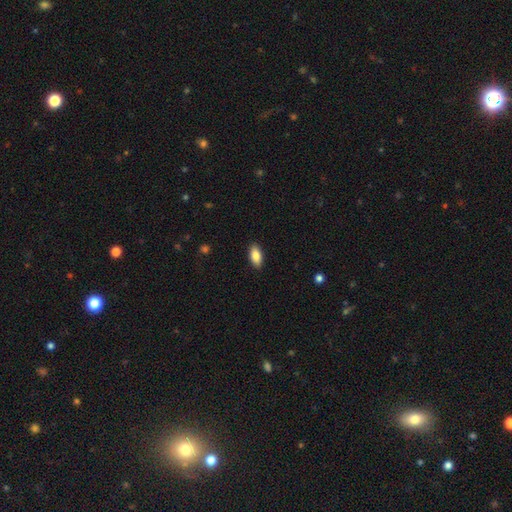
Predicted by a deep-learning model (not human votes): Smooth or featured: smooth — 84% (featured or disk — 9%)
How rounded: in between — 89% (cigar-shaped — 8%)
Merging: none — 90% (minor disturbance — 8%)